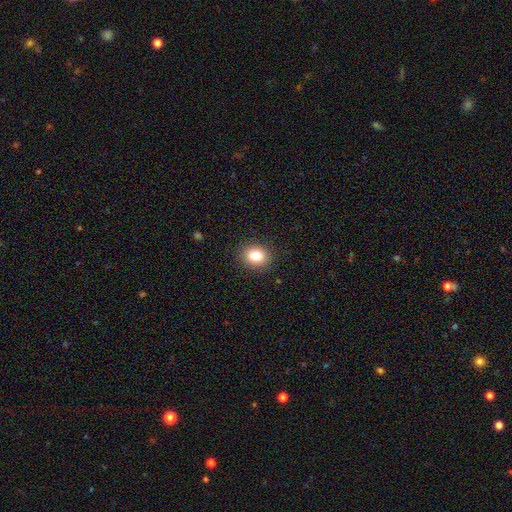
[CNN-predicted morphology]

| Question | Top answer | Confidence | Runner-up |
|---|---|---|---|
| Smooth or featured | smooth | 82% | star or artifact (11%) |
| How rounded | round | 61% | in between (38%) |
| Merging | none | 89% | minor disturbance (8%) |